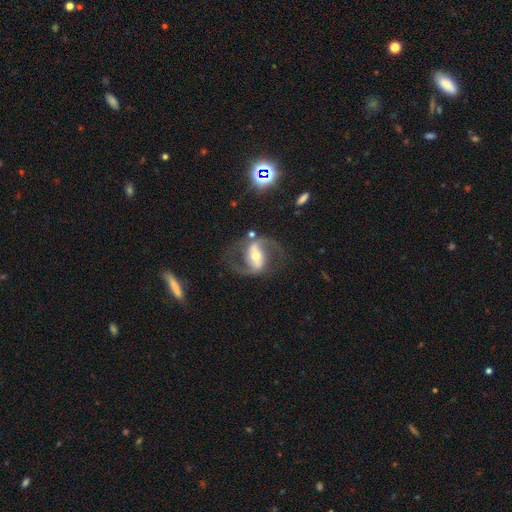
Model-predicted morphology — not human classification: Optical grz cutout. It shows a featured or disk galaxy (89%) with a strong bar (46%), 2 (93%) medium (50%) spiral arms (96%) and a moderate central bulge (62%). Merging: none (74%).